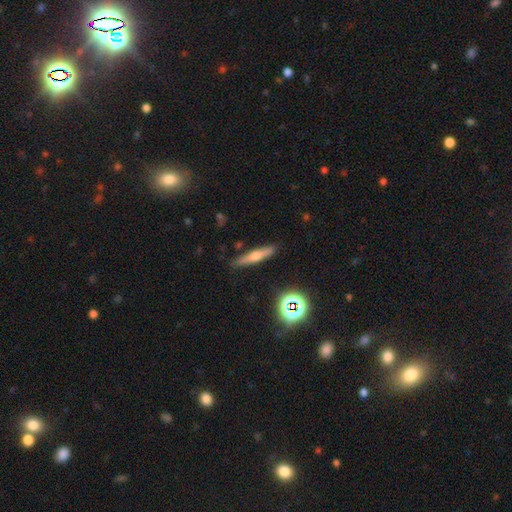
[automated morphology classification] Q: Smooth or featured?
A: smooth (47%); runner-up: featured or disk (42%)
Q: Merging?
A: none (87%); runner-up: minor disturbance (9%)